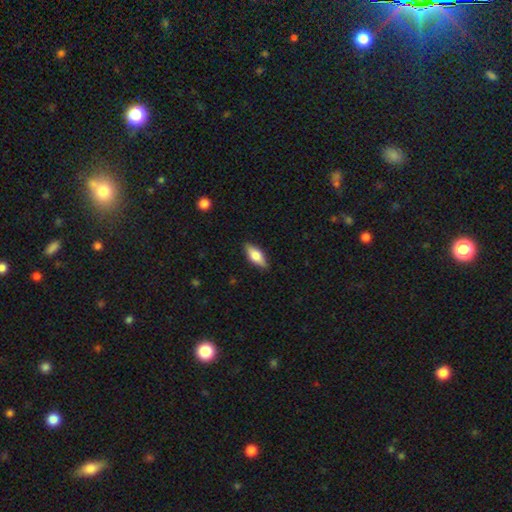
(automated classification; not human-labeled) Smooth or featured?
  - smooth: 63% *
  - featured or disk: 31%
  - star or artifact: 6%
How rounded?
  - in between: 74% *
  - cigar-shaped: 23%
  - round: 3%
Merging?
  - none: 87% *
  - minor disturbance: 10%
  - major disturbance: 2%
  - merger: 1%